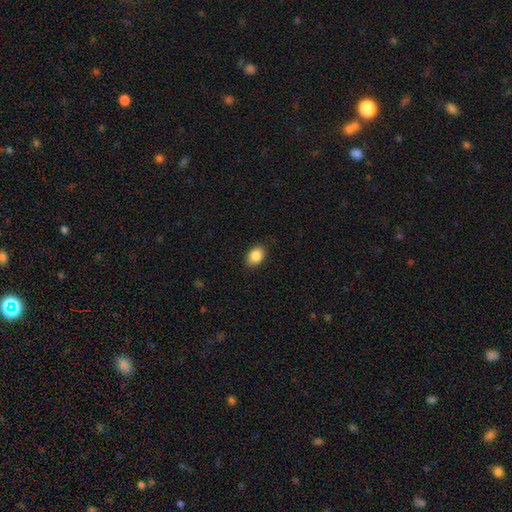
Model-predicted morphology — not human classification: Q: Smooth or featured?
A: smooth (86%); runner-up: star or artifact (8%)
Q: How rounded?
A: in between (78%); runner-up: round (20%)
Q: Merging?
A: none (88%); runner-up: minor disturbance (9%)